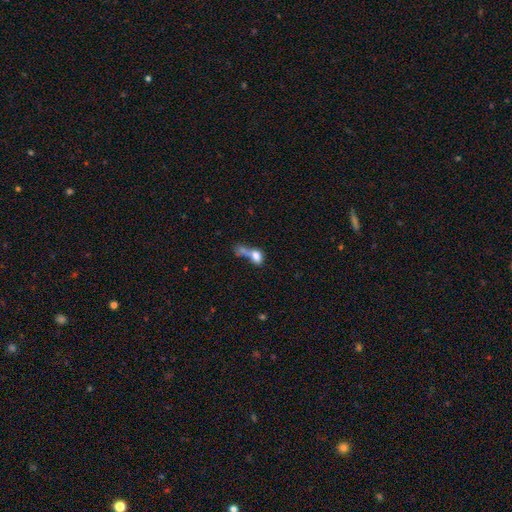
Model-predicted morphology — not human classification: This is likely a smooth galaxy (72%). How rounded: likely in between (72%). Merging: possibly merger (57%).